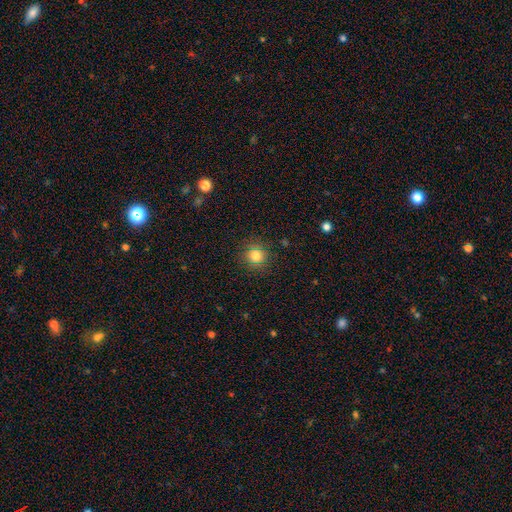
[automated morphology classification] A smooth galaxy with no disk features (79%) that is round (93%).

Vote fractions:
- Smooth or featured? smooth: 79% / star or artifact: 14% / featured or disk: 8%
- How rounded? round: 93% / in between: 7% / cigar-shaped: 1%
- Merging? none: 87% / minor disturbance: 9% / major disturbance: 3% / merger: 1%